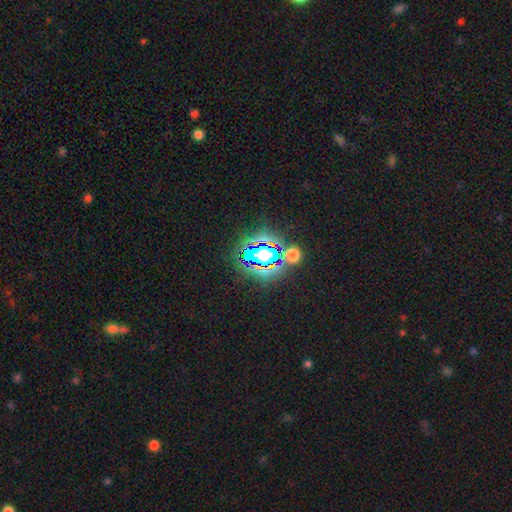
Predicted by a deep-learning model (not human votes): Smooth or featured: star or artifact — 80% (smooth — 13%)